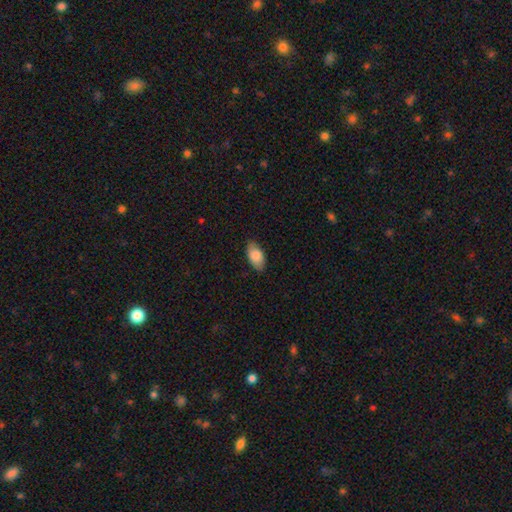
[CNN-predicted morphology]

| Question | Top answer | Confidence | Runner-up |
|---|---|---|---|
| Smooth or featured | smooth | 84% | featured or disk (10%) |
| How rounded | in between | 94% | round (3%) |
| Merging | none | 84% | minor disturbance (13%) |